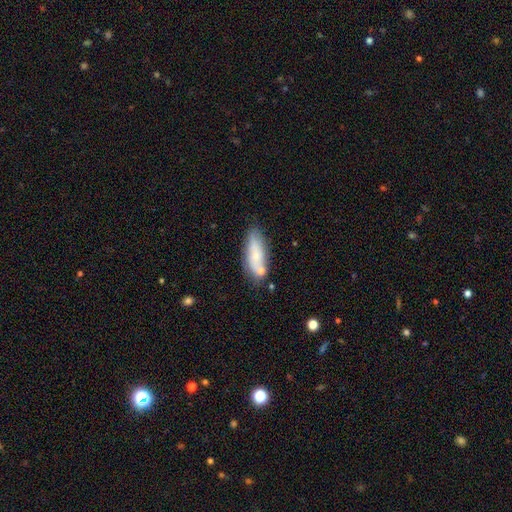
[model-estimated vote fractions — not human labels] This appears to be a smooth galaxy with no disk features (68%) that is in between round and cigar-shaped (64%). Merging: none (66%).